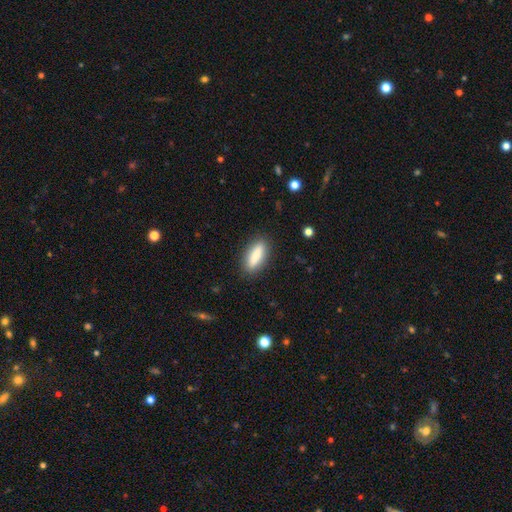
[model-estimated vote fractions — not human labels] This is clearly a smooth galaxy (84%). How rounded: possibly in between (52%). Merging: clearly none (87%).